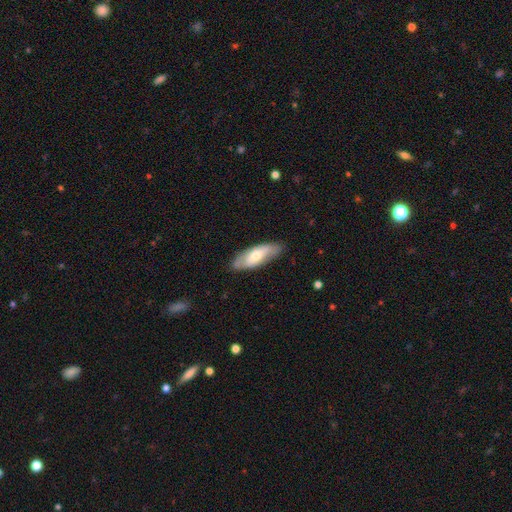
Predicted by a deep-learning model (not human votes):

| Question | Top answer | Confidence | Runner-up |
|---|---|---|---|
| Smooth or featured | smooth | 53% | featured or disk (41%) |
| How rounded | in between | 70% | cigar-shaped (28%) |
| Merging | none | 79% | minor disturbance (17%) |